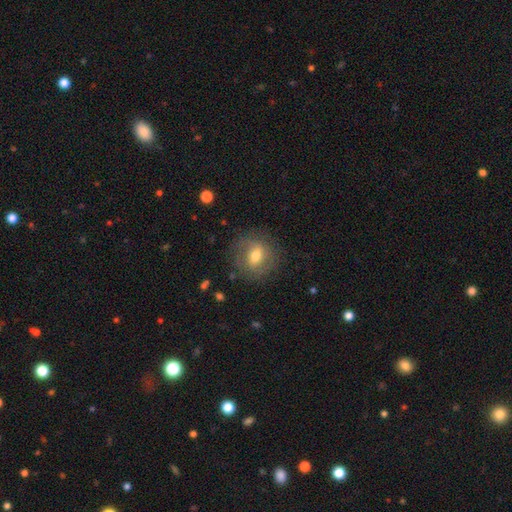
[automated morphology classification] Q: Smooth or featured?
A: smooth (53%); runner-up: featured or disk (38%)
Q: How rounded?
A: round (77%); runner-up: in between (22%)
Q: Merging?
A: none (79%); runner-up: minor disturbance (13%)